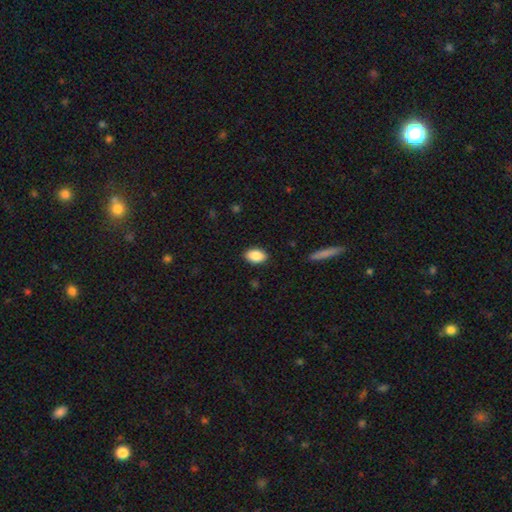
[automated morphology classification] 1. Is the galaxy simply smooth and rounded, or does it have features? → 87% smooth, 7% star or artifact, 5% featured or disk.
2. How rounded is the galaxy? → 91% in between, 7% round, 2% cigar-shaped.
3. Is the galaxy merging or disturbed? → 88% none, 9% minor disturbance, 2% major disturbance, 1% merger.